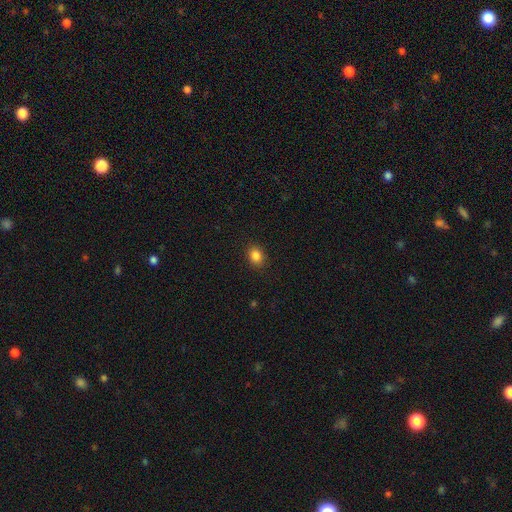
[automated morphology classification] This is clearly a smooth galaxy (85%). How rounded: possibly in between (51%). Merging: clearly none (89%).